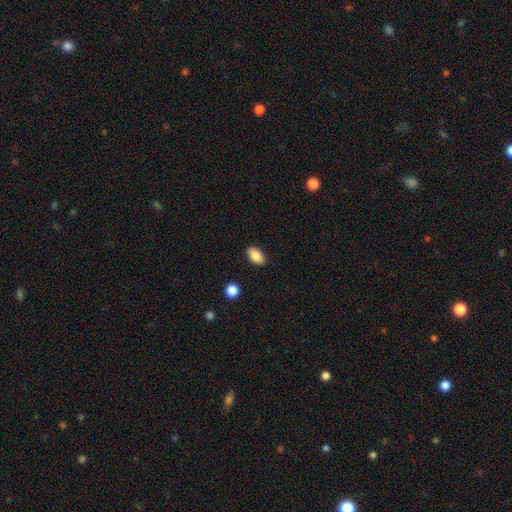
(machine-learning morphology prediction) smooth-or-featured: smooth: 85% | star or artifact: 8% | featured or disk: 7%
  how-rounded: in between: 92% | round: 6% | cigar-shaped: 2%
  merging: none: 89% | minor disturbance: 8% | major disturbance: 2% | merger: 1%